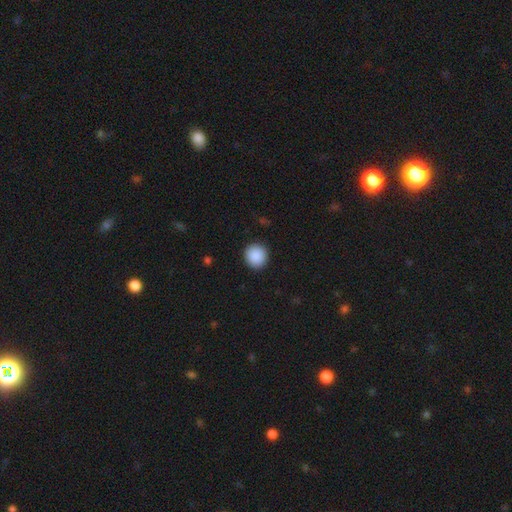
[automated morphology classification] The model was most divided on "how rounded": round: 90%, in between: 9%, cigar-shaped: 1%. More confident: merging — none (91%); smooth or featured — smooth (90%).